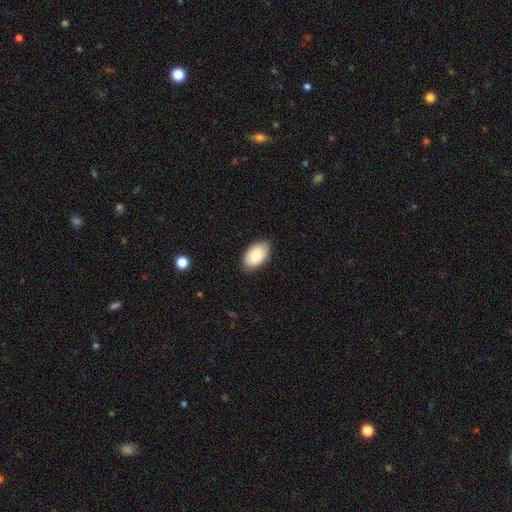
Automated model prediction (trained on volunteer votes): Smooth or featured? smooth (81%)
How rounded? in between (94%)
Merging? none (84%)